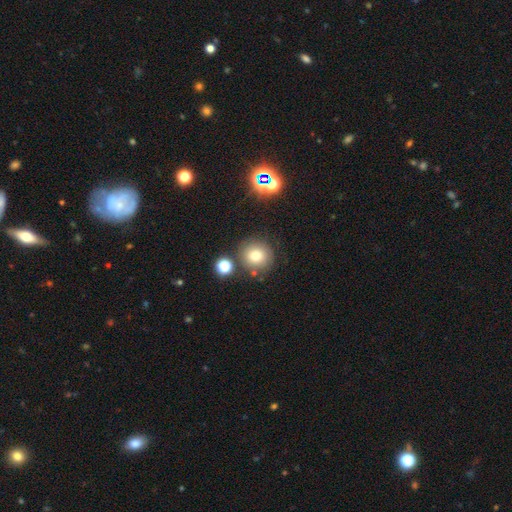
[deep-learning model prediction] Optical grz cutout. It shows a smooth galaxy with no disk features (75%) that is round (92%). Merging: none (79%).